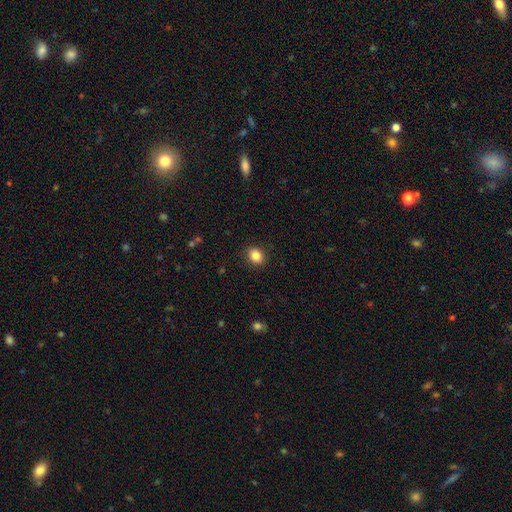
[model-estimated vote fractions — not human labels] Smooth or featured? smooth (85%)
How rounded? round (56%)
Merging? none (90%)